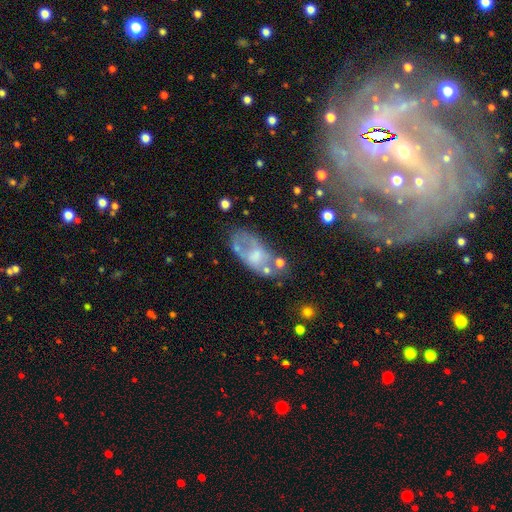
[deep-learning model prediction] smooth-or-featured: featured or disk: 50% | smooth: 41% | star or artifact: 9%
  merging: none: 43% | minor disturbance: 24% | major disturbance: 19% | merger: 14%